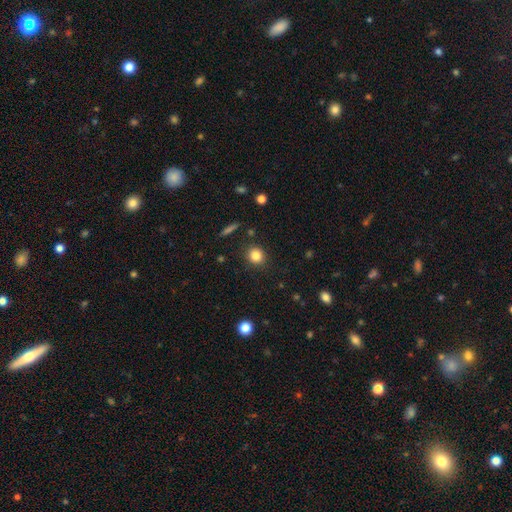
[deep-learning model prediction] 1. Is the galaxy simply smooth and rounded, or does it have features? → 82% smooth, 11% star or artifact, 6% featured or disk.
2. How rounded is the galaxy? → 86% round, 13% in between, 1% cigar-shaped.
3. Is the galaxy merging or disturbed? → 89% none, 7% minor disturbance, 2% major disturbance, 2% merger.